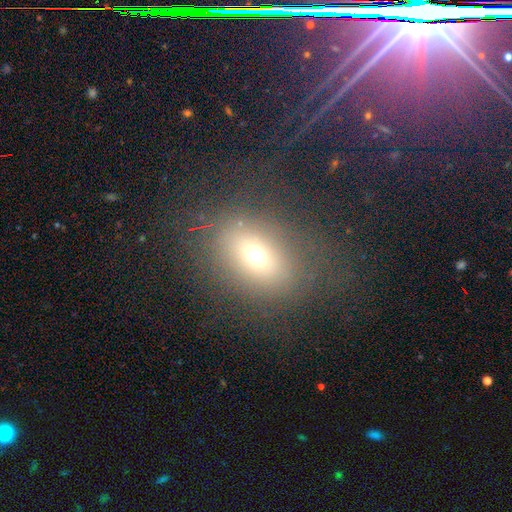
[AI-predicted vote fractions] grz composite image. It shows a smooth galaxy with no disk features (63%) that is in between round and cigar-shaped (65%). Merging: none (73%).